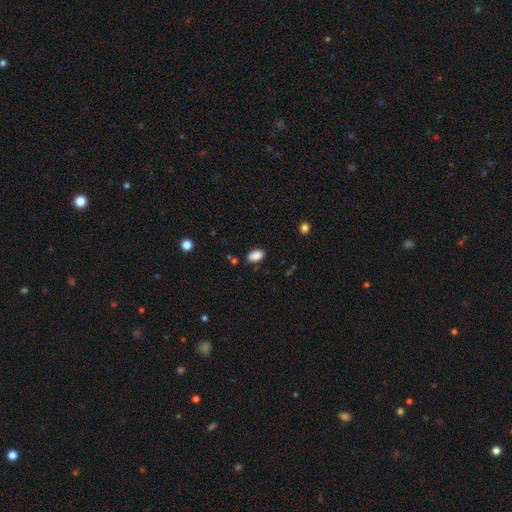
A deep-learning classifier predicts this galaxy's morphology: type=smooth (88%); roundness=in between (92%); merging=none (83%).